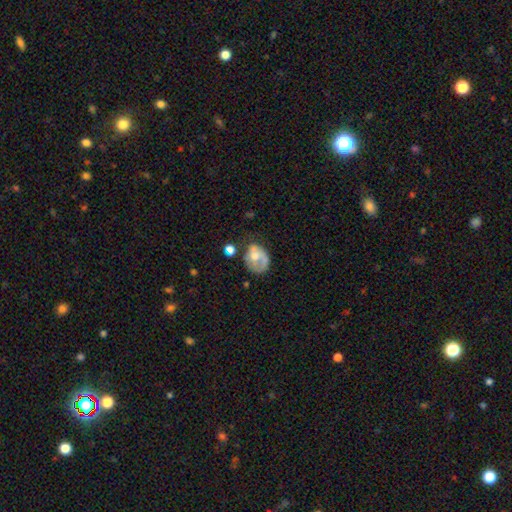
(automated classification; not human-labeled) A smooth galaxy with no disk features (52%) that is round (50%).

Vote fractions:
- Smooth or featured? smooth: 52% / featured or disk: 39% / star or artifact: 8%
- How rounded? round: 50% / in between: 49% / cigar-shaped: 1%
- Merging? none: 33% / major disturbance: 29% / minor disturbance: 28% / merger: 10%